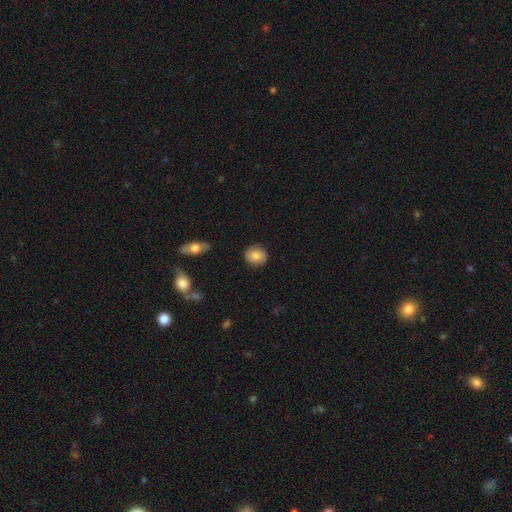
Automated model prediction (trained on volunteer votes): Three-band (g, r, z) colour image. It shows a smooth galaxy with no disk features (78%) that is round (78%). Merging: none (85%).